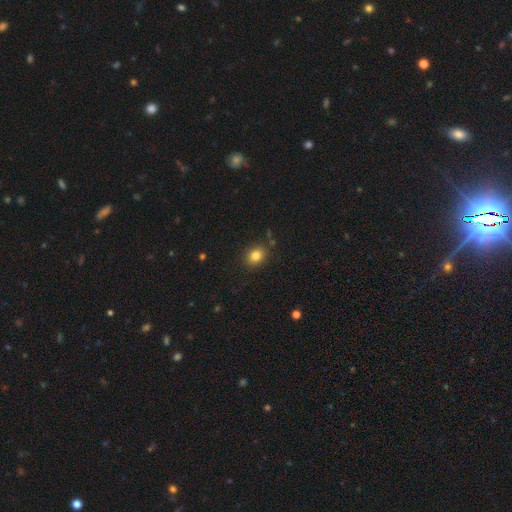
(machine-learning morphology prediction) Smooth or featured? Predicted: smooth (p=0.83). How rounded? Predicted: round (p=0.60). Merging? Predicted: none (p=0.85).